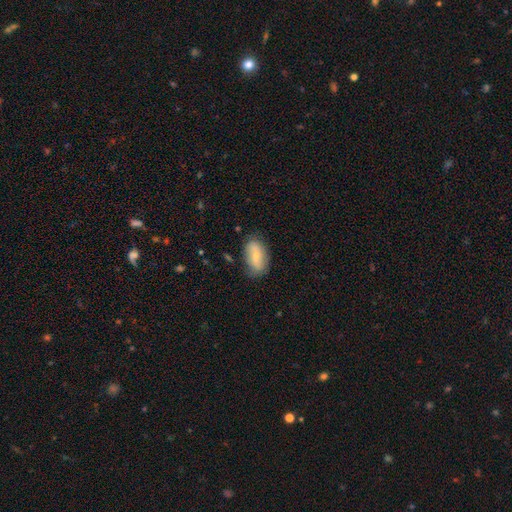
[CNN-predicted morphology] Overall: smooth (67%). How rounded: in between (91%). Merging: none (75%).